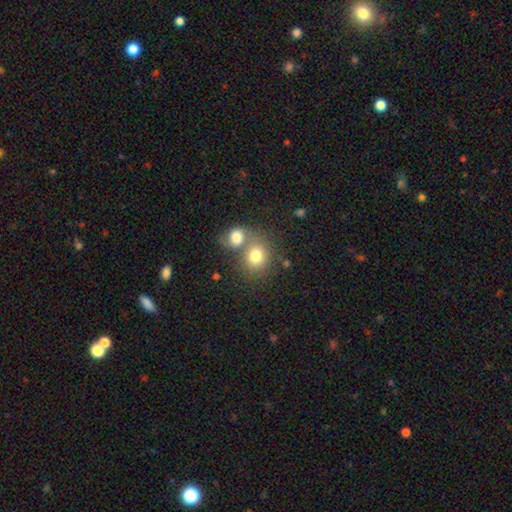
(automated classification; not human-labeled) Smooth or featured: smooth — 75% (featured or disk — 15%)
How rounded: round — 71% (in between — 28%)
Merging: merger — 49% (none — 37%)